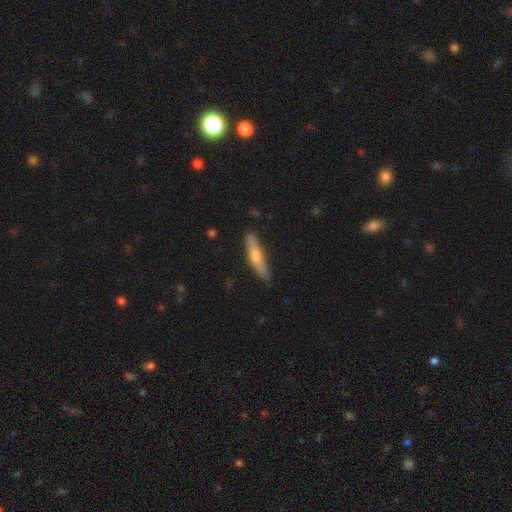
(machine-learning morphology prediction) type=smooth (57%); roundness=cigar-shaped (85%); merging=none (85%).